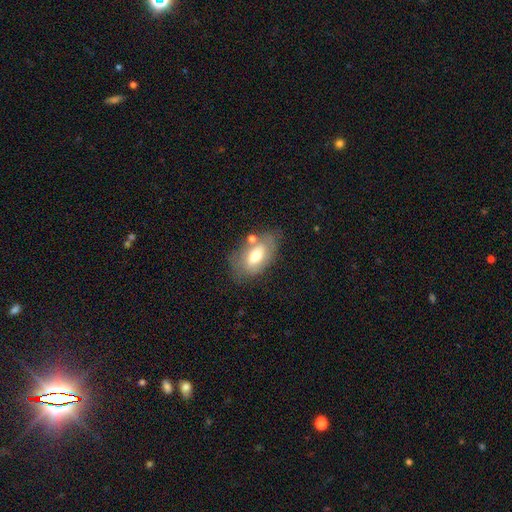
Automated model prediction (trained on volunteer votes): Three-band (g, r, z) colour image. It shows a smooth galaxy with no disk features (63%) that is in between round and cigar-shaped (91%). Merging: none (62%).